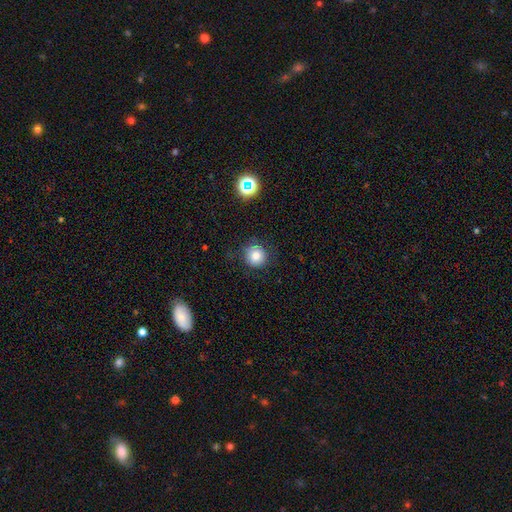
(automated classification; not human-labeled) This is likely a smooth galaxy (79%). How rounded: clearly round (92%). Merging: clearly none (82%).